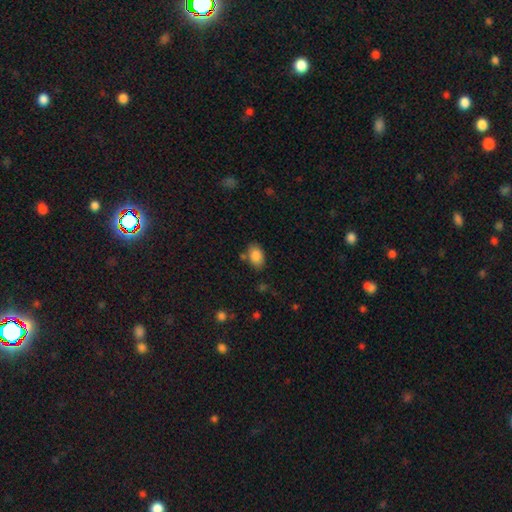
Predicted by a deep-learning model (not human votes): Smooth or featured: smooth — 87% (star or artifact — 8%)
How rounded: in between — 87% (round — 12%)
Merging: none — 74% (minor disturbance — 15%)